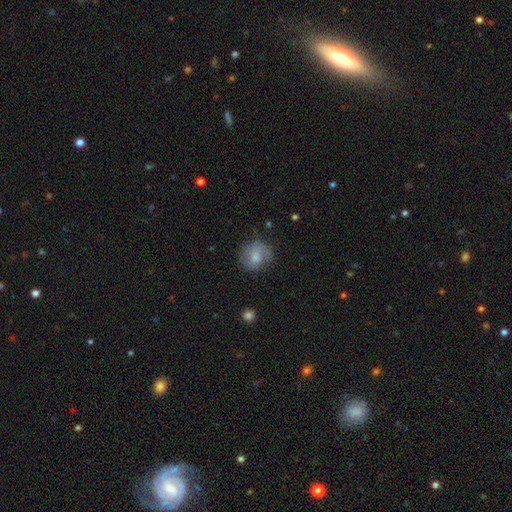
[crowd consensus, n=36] Smooth or featured? smooth (72%)
How rounded? round (77%)
Merging? none (61%)